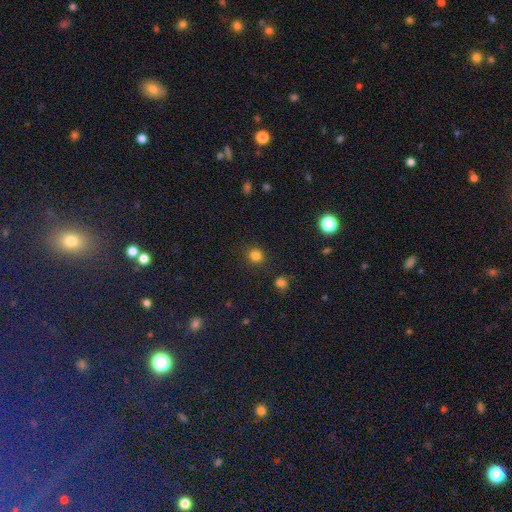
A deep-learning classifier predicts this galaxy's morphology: This appears to be a smooth galaxy with no disk features (80%) that is round (91%). Merging: none (88%).